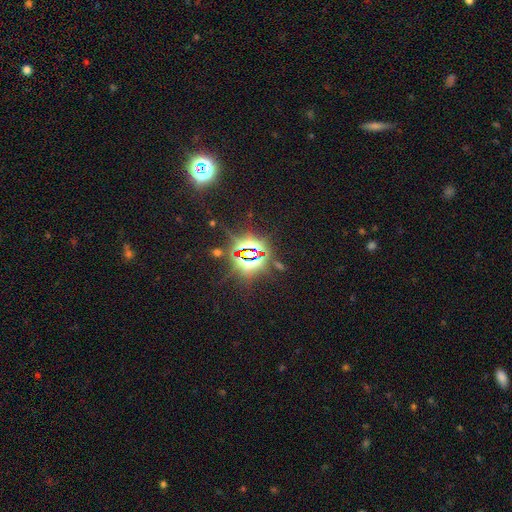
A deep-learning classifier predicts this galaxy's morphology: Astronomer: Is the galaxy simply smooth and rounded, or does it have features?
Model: star or artifact — 83%.